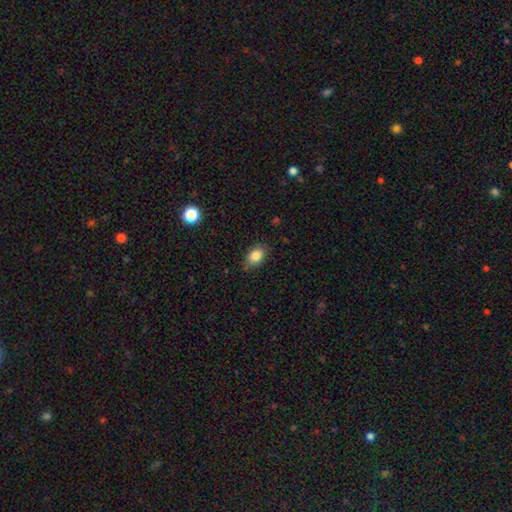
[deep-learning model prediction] This appears to be a smooth galaxy with no disk features (85%) that is in between round and cigar-shaped (77%). Merging: none (80%).